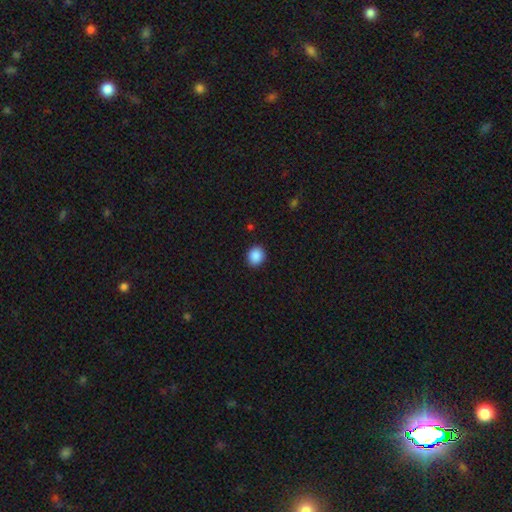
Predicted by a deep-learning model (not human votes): A smooth galaxy with no disk features (89%) that is round (79%).

Vote fractions:
- Smooth or featured? smooth: 89% / star or artifact: 9% / featured or disk: 3%
- How rounded? round: 79% / in between: 20% / cigar-shaped: 1%
- Merging? none: 90% / minor disturbance: 7% / major disturbance: 2% / merger: 1%